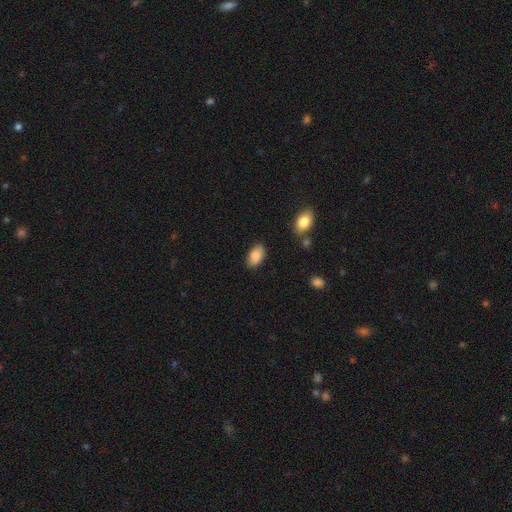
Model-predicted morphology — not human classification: smooth 87%, star or artifact 7%, featured or disk 6%. Down the decision tree: how rounded — in between (94%); merging — none (85%).